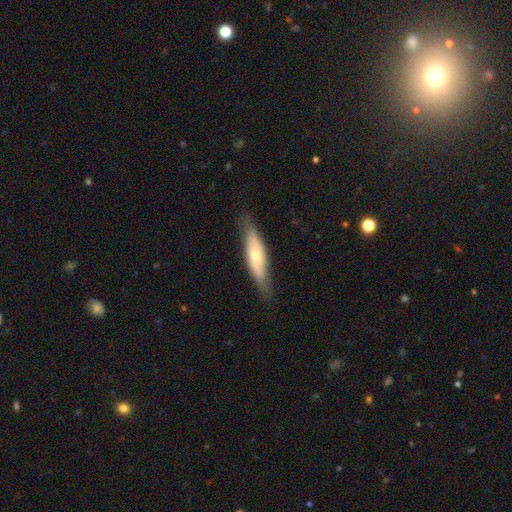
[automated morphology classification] Q: Smooth or featured?
A: smooth (53%); runner-up: featured or disk (41%)
Q: How rounded?
A: cigar-shaped (64%); runner-up: in between (34%)
Q: Merging?
A: none (79%); runner-up: minor disturbance (16%)